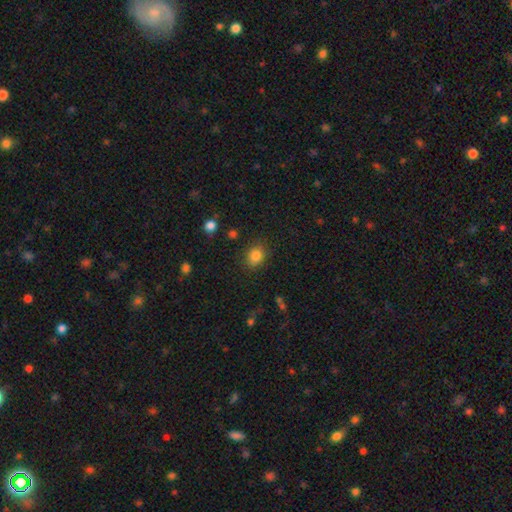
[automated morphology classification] Smooth or featured? smooth (84%)
How rounded? round (56%)
Merging? none (83%)